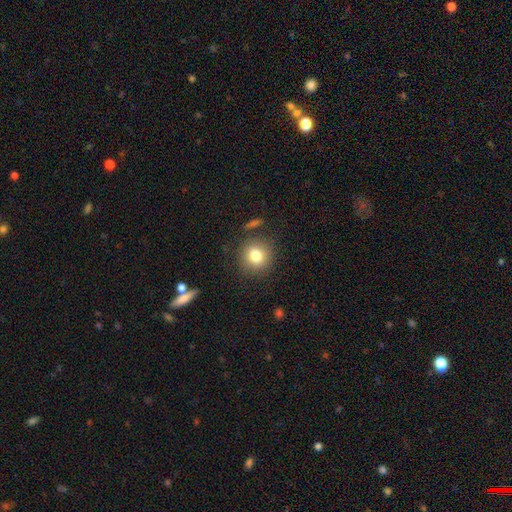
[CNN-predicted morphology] A smooth galaxy with no disk features (80%) that is round (87%). Merging: none (85%).